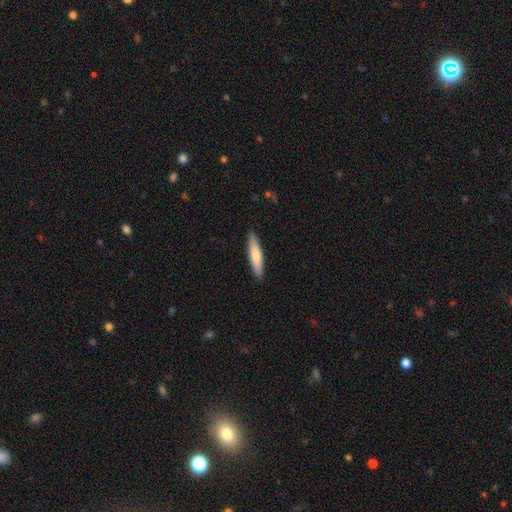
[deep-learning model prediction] This is likely a smooth galaxy (69%). How rounded: clearly cigar-shaped (83%). Merging: clearly none (90%).